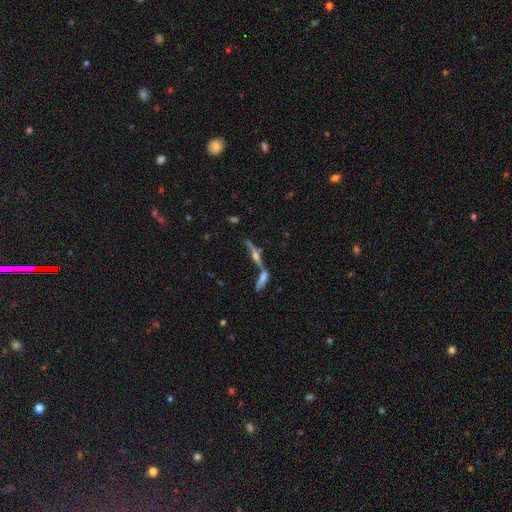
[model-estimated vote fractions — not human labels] Morphology: type=featured or disk (75%); edge-on=yes (94%); edge-on bulge=rounded (92%); merging=none (57%).